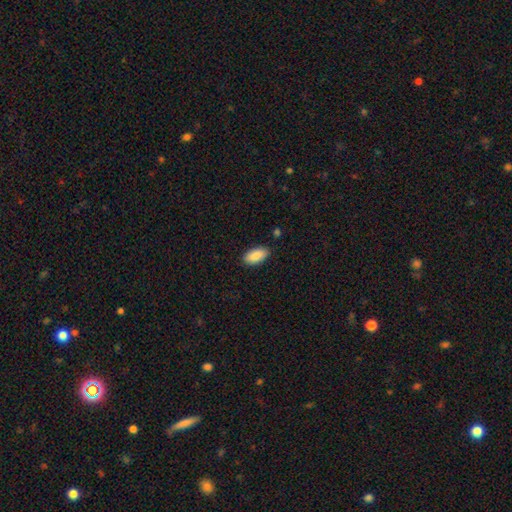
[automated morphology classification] A smooth galaxy with no disk features (89%) that is in between round and cigar-shaped (92%).

Vote fractions:
- Smooth or featured? smooth: 89% / star or artifact: 6% / featured or disk: 5%
- How rounded? in between: 92% / cigar-shaped: 6% / round: 2%
- Merging? none: 86% / minor disturbance: 10% / major disturbance: 2% / merger: 1%